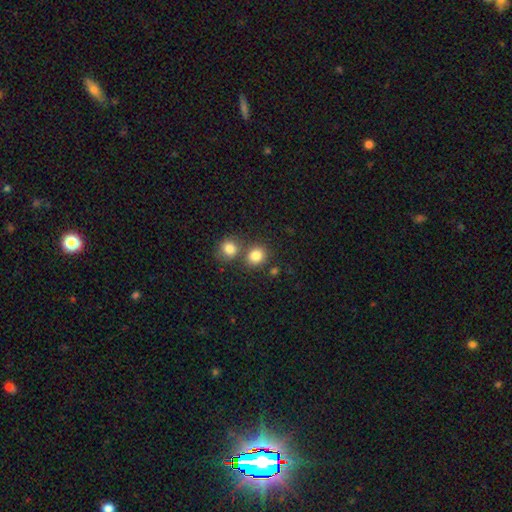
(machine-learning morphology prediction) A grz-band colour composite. It shows a smooth galaxy with no disk features (83%) that is round (78%). Merging: none (63%).